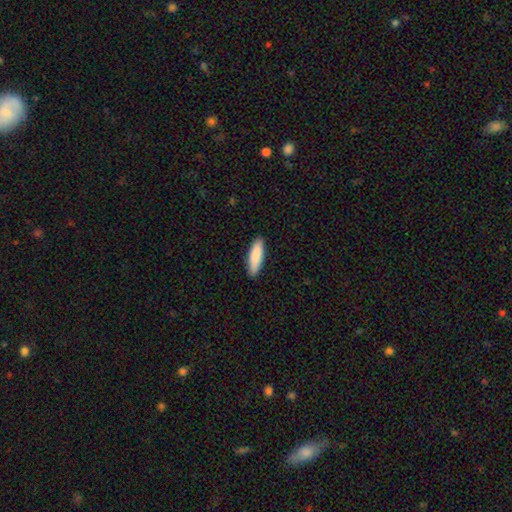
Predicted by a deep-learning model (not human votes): smooth 88%, featured or disk 7%, star or artifact 5%. Down the decision tree: how rounded — cigar-shaped (57%); merging — none (89%).